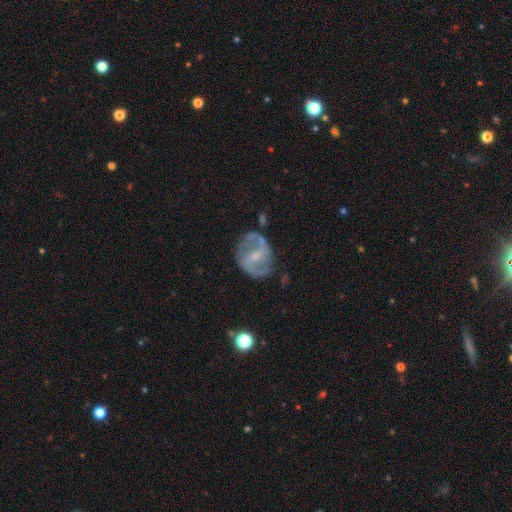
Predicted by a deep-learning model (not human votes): Smooth or featured?
  - featured or disk: 78% *
  - smooth: 16%
  - star or artifact: 6%
Edge-on disk?
  - no: 96% *
  - yes: 4%
Bar?
  - weak: 46% *
  - strong: 35%
  - no: 19%
Spiral arms?
  - yes: 84% *
  - no: 16%
Spiral winding?
  - medium: 47% *
  - loose: 36%
  - tight: 18%
Spiral arm count?
  - 2: 84% *
  - can't tell: 9%
  - 1: 3%
  - 3: 2%
  - 4: 1%
  - more than 4: 1%
Bulge size?
  - small: 59% *
  - moderate: 30%
  - none: 8%
  - large: 2%
  - dominant: 1%
Merging?
  - none: 68% *
  - minor disturbance: 20%
  - major disturbance: 9%
  - merger: 3%